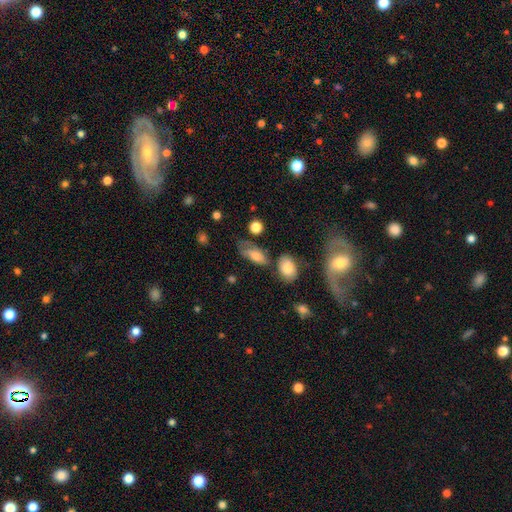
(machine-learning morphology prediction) This appears to be a smooth galaxy with no disk features (69%) that is in between round and cigar-shaped (86%). Merging: none (43%).